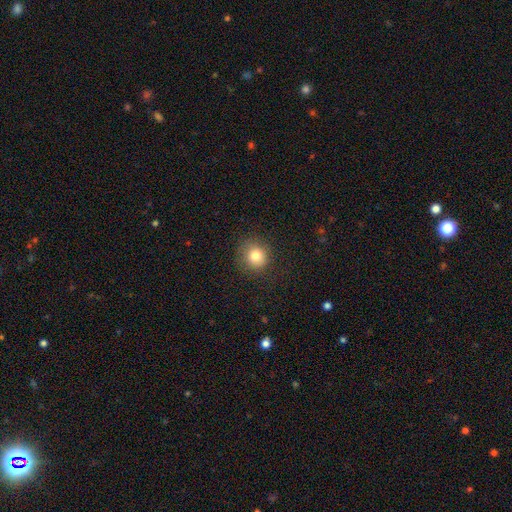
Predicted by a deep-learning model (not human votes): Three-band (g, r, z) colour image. It shows a smooth galaxy with no disk features (81%) that is round (90%). Merging: none (85%).